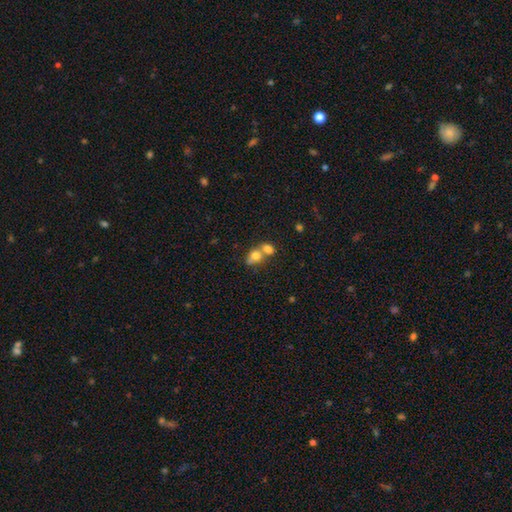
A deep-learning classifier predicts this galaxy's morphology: A smooth galaxy with no disk features (73%) that is in between round and cigar-shaped (51%). Merging: merger (65%).